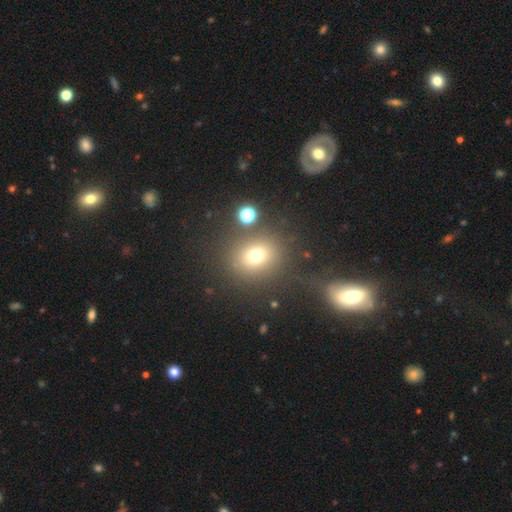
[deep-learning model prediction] Morphology: type=smooth (70%); roundness=round (76%); merging=none (78%).